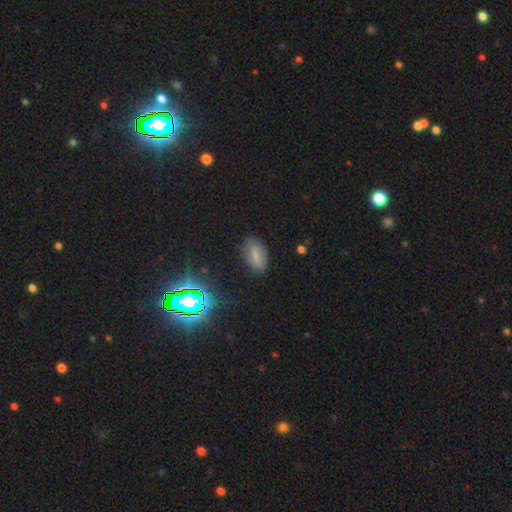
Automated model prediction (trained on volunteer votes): This is likely a smooth galaxy (70%). How rounded: clearly in between (87%). Merging: likely none (80%).